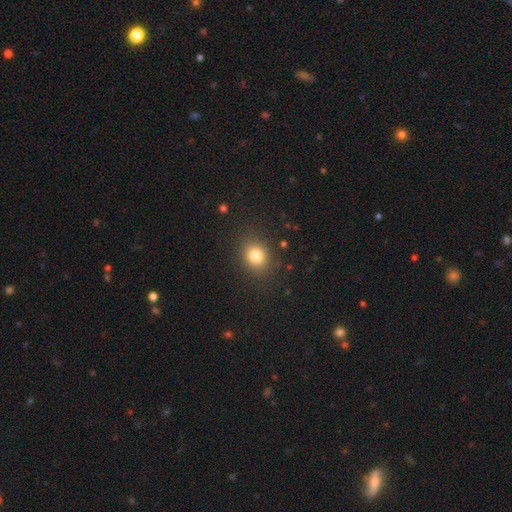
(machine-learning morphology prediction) A smooth galaxy with no disk features (81%) that is round (62%).

Vote fractions:
- Smooth or featured? smooth: 81% / star or artifact: 12% / featured or disk: 7%
- How rounded? round: 62% / in between: 37% / cigar-shaped: 1%
- Merging? none: 86% / minor disturbance: 9% / major disturbance: 4% / merger: 1%